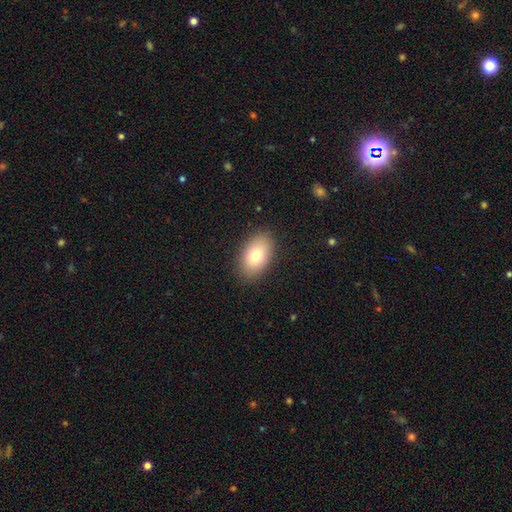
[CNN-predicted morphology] Smooth or featured? Predicted: smooth (p=0.77). How rounded? Predicted: in between (p=0.89). Merging? Predicted: none (p=0.88).